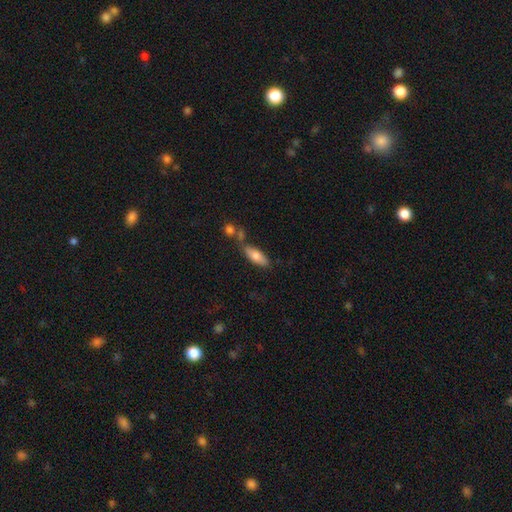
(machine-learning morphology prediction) smooth 76%, featured or disk 18%, star or artifact 7%. Down the decision tree: how rounded — in between (69%); merging — none (61%).